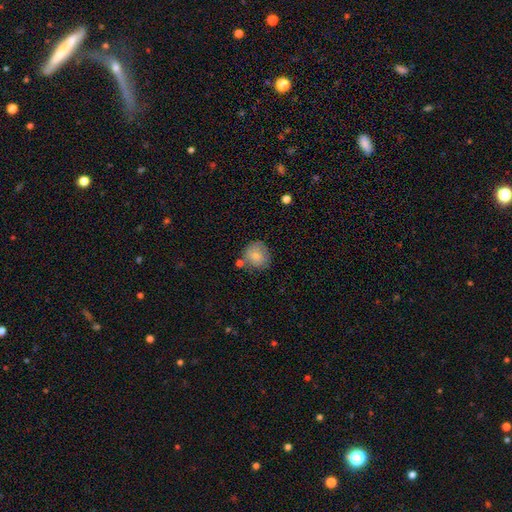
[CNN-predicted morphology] Smooth or featured?
  - smooth: 81% *
  - featured or disk: 11%
  - star or artifact: 8%
How rounded?
  - round: 85% *
  - in between: 14%
  - cigar-shaped: 1%
Merging?
  - none: 67% *
  - minor disturbance: 18%
  - merger: 10%
  - major disturbance: 5%